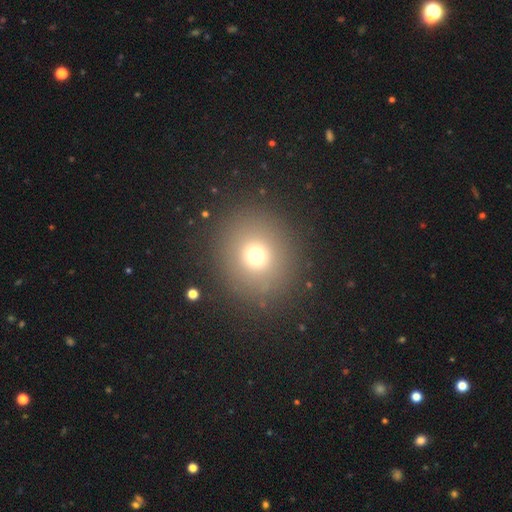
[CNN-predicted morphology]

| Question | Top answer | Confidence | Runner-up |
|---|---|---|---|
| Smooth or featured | smooth | 70% | star or artifact (18%) |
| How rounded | round | 86% | in between (13%) |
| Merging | none | 87% | minor disturbance (7%) |